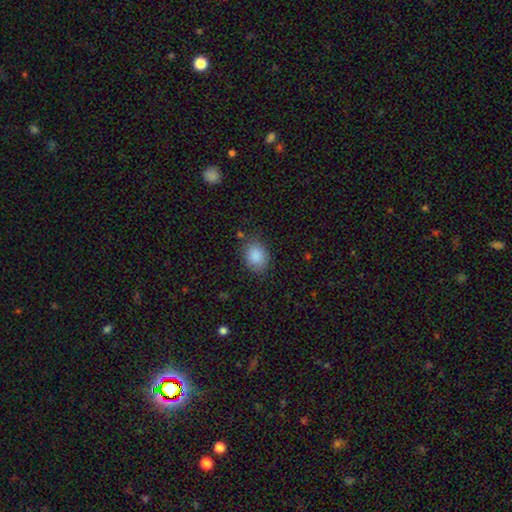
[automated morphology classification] Smooth or featured?
  - smooth: 88% *
  - star or artifact: 8%
  - featured or disk: 4%
How rounded?
  - in between: 65% *
  - round: 34%
  - cigar-shaped: 1%
Merging?
  - none: 80% *
  - minor disturbance: 14%
  - major disturbance: 4%
  - merger: 2%